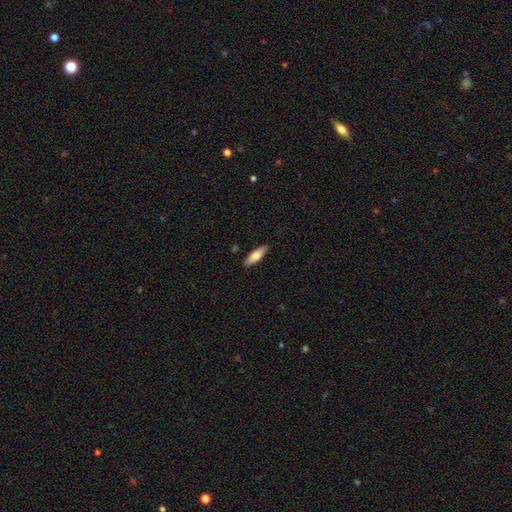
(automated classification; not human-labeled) Smooth or featured?
  - smooth: 75% *
  - featured or disk: 20%
  - star or artifact: 6%
How rounded?
  - cigar-shaped: 51% *
  - in between: 47%
  - round: 2%
Merging?
  - none: 87% *
  - minor disturbance: 10%
  - major disturbance: 2%
  - merger: 1%